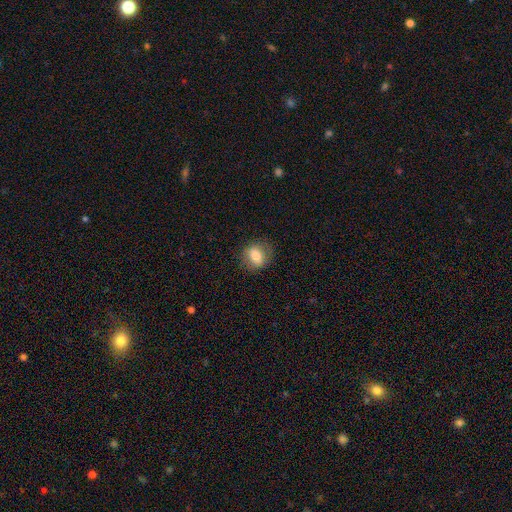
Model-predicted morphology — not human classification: Overall: smooth (79%). How rounded: round (51%; in between 48%). Merging: none (80%).